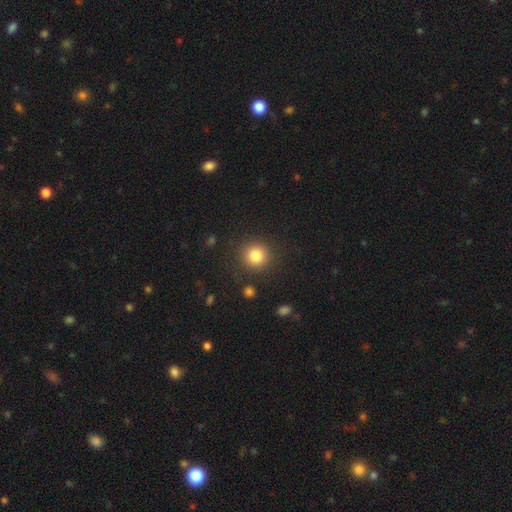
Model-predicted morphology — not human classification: A smooth galaxy with no disk features (83%) that is round (93%). Merging: none (88%).